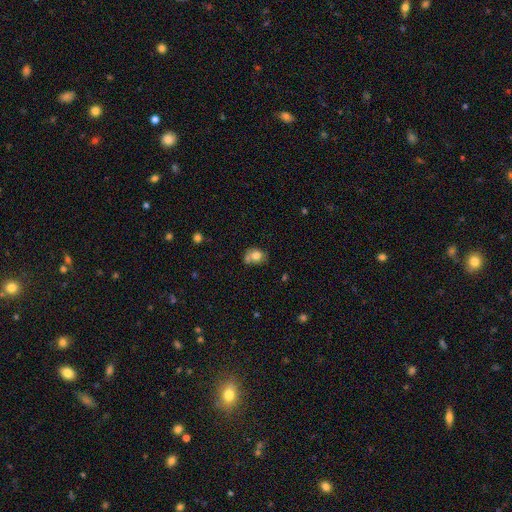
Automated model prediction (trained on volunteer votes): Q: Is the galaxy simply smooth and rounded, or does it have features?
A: smooth — 75%.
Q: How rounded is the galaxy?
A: round — 55%.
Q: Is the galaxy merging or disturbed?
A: none — 43%.